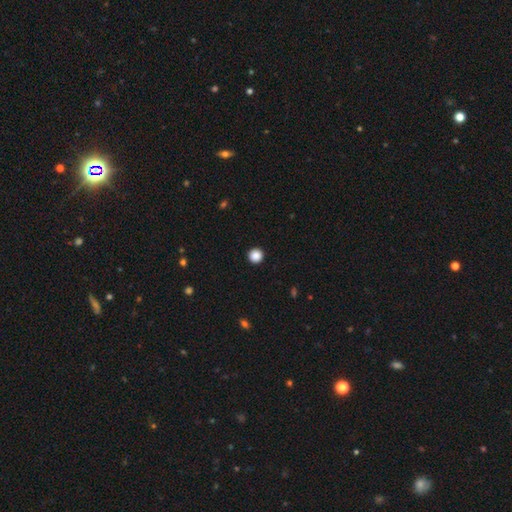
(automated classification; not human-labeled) smooth-or-featured: smooth: 88% | star or artifact: 10% | featured or disk: 2%
  how-rounded: round: 96% | in between: 3% | cigar-shaped: 1%
  merging: none: 94% | minor disturbance: 3% | major disturbance: 1% | merger: 1%